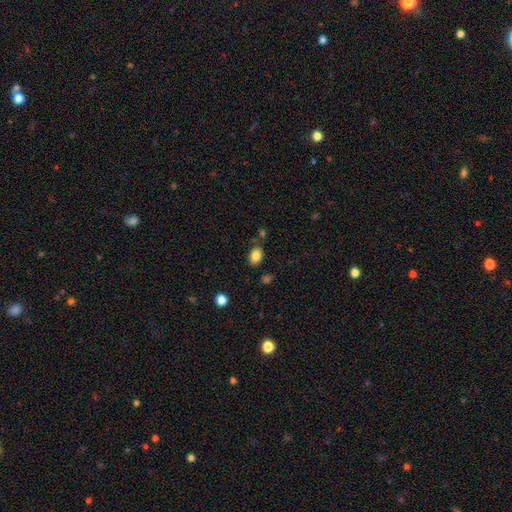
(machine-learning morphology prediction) This appears to be a smooth galaxy with no disk features (83%) that is in between round and cigar-shaped (78%). Merging: none (79%).